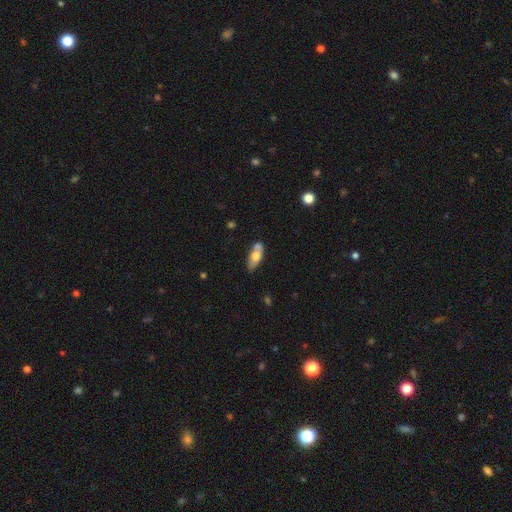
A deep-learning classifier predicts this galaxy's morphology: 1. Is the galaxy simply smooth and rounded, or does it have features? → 64% smooth, 30% featured or disk, 7% star or artifact.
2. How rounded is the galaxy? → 77% in between, 19% cigar-shaped, 4% round.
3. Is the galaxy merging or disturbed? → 55% none, 22% merger, 18% minor disturbance, 5% major disturbance.